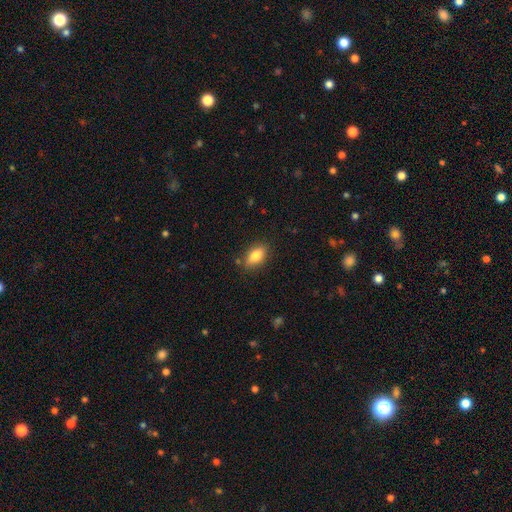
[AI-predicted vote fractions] A smooth galaxy with no disk features (82%) that is in between round and cigar-shaped (87%). Merging: none (84%).